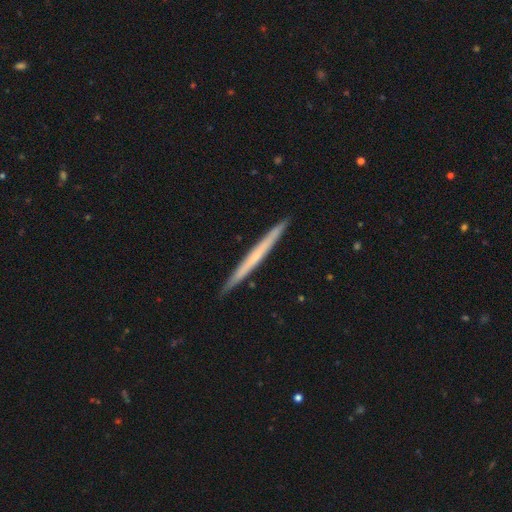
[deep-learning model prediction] smooth-or-featured: featured or disk: 57% | smooth: 38% | star or artifact: 6%
  disk-edge-on: yes: 97% | no: 3%
    edge-on-bulge: none: 80% | rounded: 17% | boxy: 3%
  merging: none: 92% | minor disturbance: 6% | major disturbance: 1% | merger: 1%